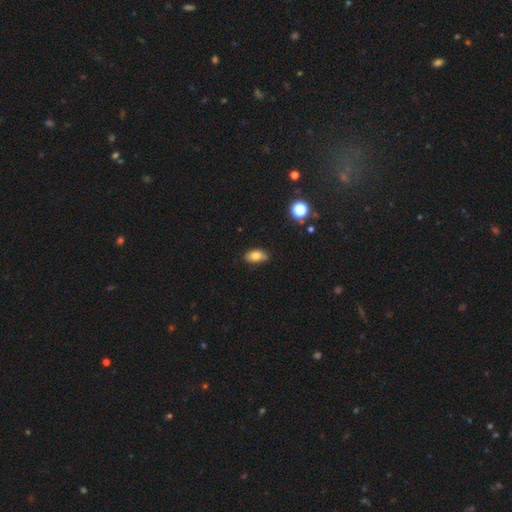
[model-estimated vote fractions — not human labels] The model was most divided on "merging": none: 80%, minor disturbance: 16%, major disturbance: 2%, merger: 1%. More confident: how rounded — in between (90%); smooth or featured — smooth (80%).